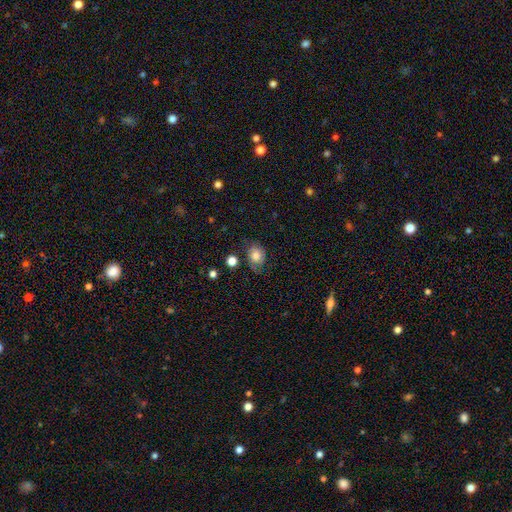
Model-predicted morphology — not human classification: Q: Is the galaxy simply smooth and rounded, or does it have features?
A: smooth — 68%.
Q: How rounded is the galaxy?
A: in between — 56%.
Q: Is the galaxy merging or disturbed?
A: none — 61%.